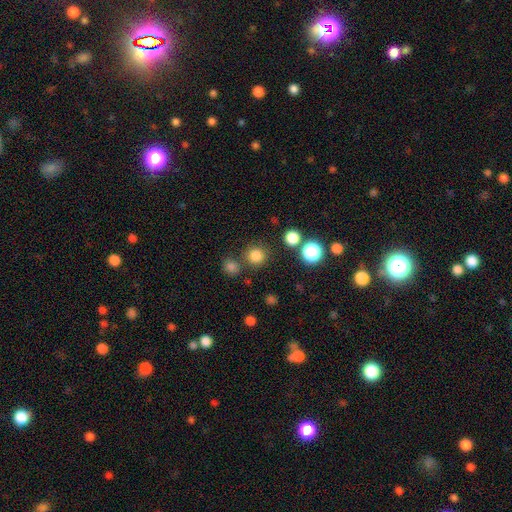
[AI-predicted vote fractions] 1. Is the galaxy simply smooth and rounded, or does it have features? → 80% smooth, 15% star or artifact, 4% featured or disk.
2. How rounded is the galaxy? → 93% round, 6% in between, 1% cigar-shaped.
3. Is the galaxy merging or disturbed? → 80% none, 9% merger, 8% minor disturbance, 3% major disturbance.